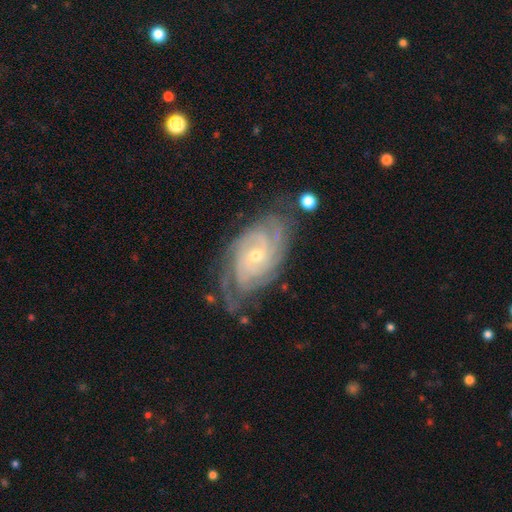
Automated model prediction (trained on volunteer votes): Smooth or featured?
  - featured or disk: 89% *
  - smooth: 6%
  - star or artifact: 5%
Edge-on disk?
  - no: 96% *
  - yes: 4%
Bar?
  - no: 71% *
  - weak: 24%
  - strong: 6%
Spiral arms?
  - yes: 97% *
  - no: 3%
Spiral winding?
  - tight: 72% *
  - medium: 24%
  - loose: 4%
Spiral arm count?
  - can't tell: 26% *
  - 4: 25%
  - 3: 21%
  - 2: 13%
  - more than 4: 9%
  - 1: 6%
Bulge size?
  - small: 65% *
  - moderate: 32%
  - large: 1%
  - none: 1%
  - dominant: 1%
Merging?
  - none: 69% *
  - minor disturbance: 21%
  - major disturbance: 8%
  - merger: 2%